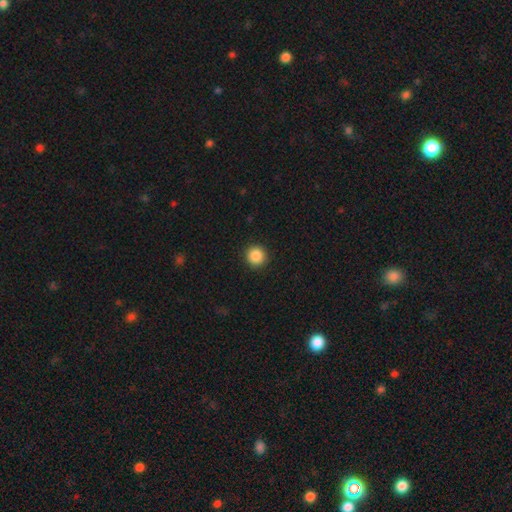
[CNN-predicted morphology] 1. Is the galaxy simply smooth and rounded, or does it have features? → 88% smooth, 9% star or artifact, 3% featured or disk.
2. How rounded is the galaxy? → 95% round, 4% in between, 1% cigar-shaped.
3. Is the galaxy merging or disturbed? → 93% none, 5% minor disturbance, 2% major disturbance, 1% merger.